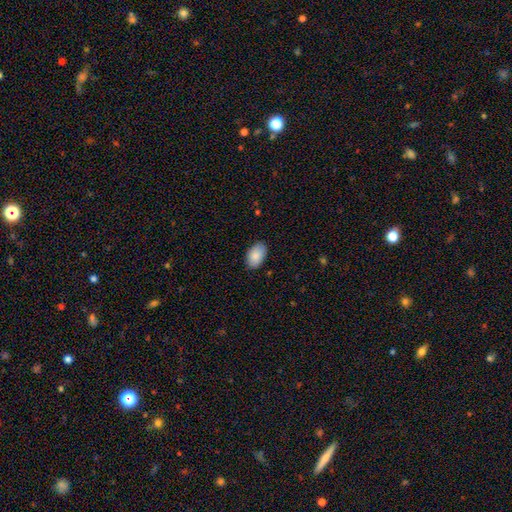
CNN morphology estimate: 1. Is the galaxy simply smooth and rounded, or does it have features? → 87% smooth, 7% featured or disk, 6% star or artifact.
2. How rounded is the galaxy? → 93% in between, 6% round, 1% cigar-shaped.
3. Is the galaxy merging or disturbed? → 86% none, 11% minor disturbance, 2% major disturbance, 1% merger.